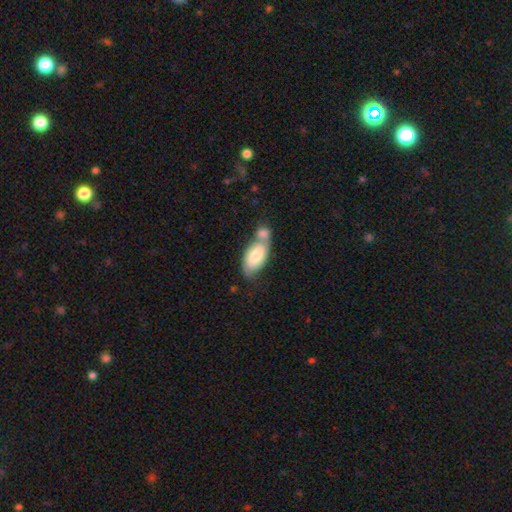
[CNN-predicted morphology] Smooth or featured?
  - smooth: 69% *
  - featured or disk: 26%
  - star or artifact: 6%
How rounded?
  - in between: 92% *
  - cigar-shaped: 5%
  - round: 3%
Merging?
  - merger: 56% *
  - none: 25%
  - minor disturbance: 13%
  - major disturbance: 6%